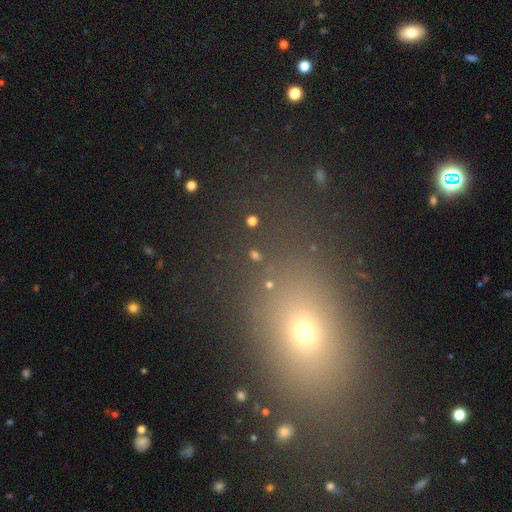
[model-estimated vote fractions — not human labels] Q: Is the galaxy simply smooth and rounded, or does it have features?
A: smooth — 47%.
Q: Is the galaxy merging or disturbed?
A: none — 76%.